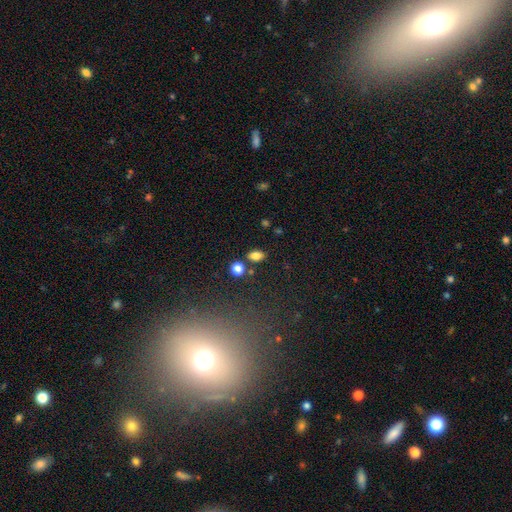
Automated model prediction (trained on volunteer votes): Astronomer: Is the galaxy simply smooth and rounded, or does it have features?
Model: smooth — 80%.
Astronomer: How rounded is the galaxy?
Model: in between — 81%.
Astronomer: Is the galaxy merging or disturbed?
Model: none — 75%.